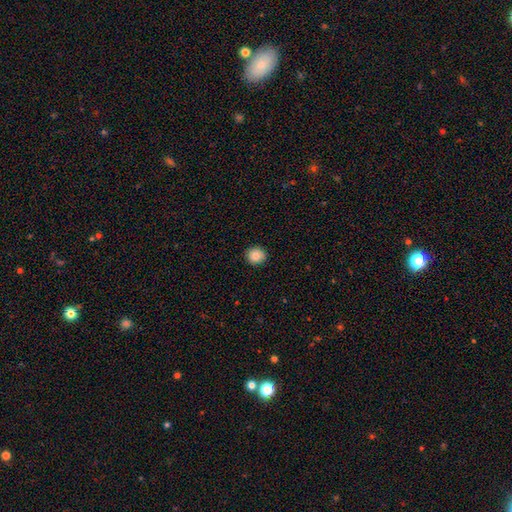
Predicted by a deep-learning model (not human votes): Morphology: type=smooth (86%); roundness=round (88%); merging=none (91%).